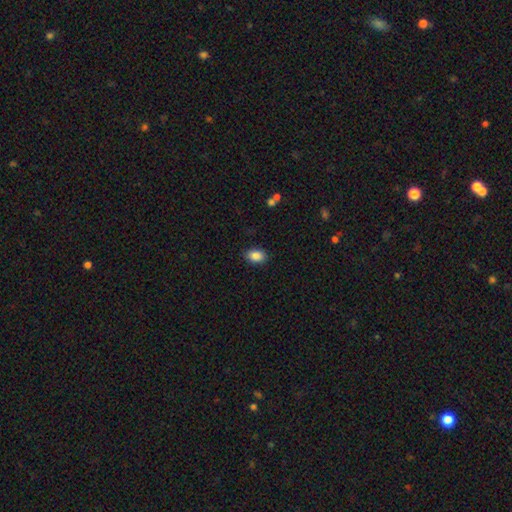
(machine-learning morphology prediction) Smooth or featured? smooth (88%)
How rounded? in between (85%)
Merging? none (86%)